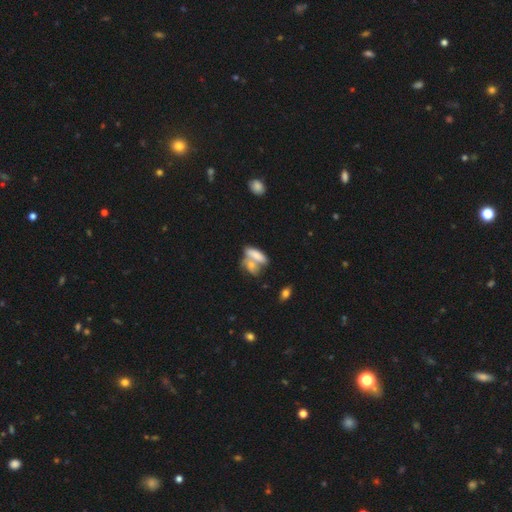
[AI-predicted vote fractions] A smooth galaxy with no disk features (73%) that is in between round and cigar-shaped (68%).

Vote fractions:
- Smooth or featured? smooth: 73% / featured or disk: 19% / star or artifact: 9%
- How rounded? in between: 68% / cigar-shaped: 27% / round: 5%
- Merging? merger: 54% / none: 31% / minor disturbance: 10% / major disturbance: 5%